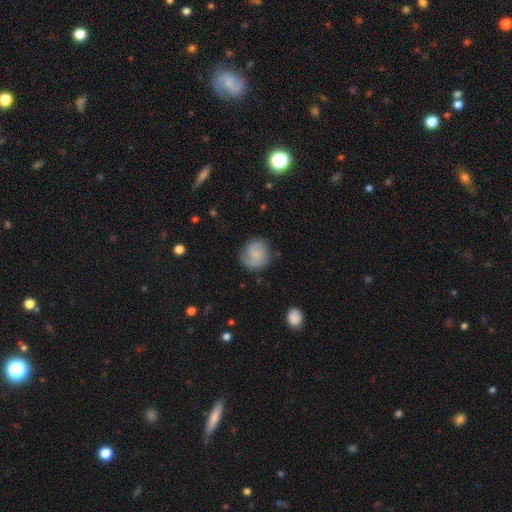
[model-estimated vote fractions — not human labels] Q: Smooth or featured?
A: smooth (63%); runner-up: featured or disk (29%)
Q: How rounded?
A: round (84%); runner-up: in between (15%)
Q: Merging?
A: none (67%); runner-up: minor disturbance (22%)